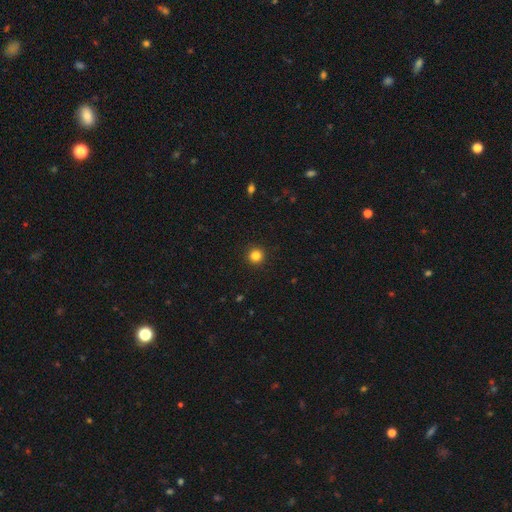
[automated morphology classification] Smooth or featured: smooth — 83% (star or artifact — 12%)
How rounded: round — 95% (in between — 4%)
Merging: none — 93% (minor disturbance — 5%)